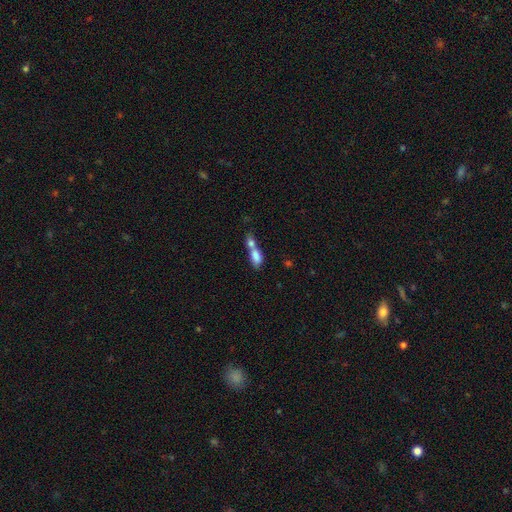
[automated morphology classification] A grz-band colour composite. It shows a smooth galaxy with no disk features (77%) that is in between round and cigar-shaped (77%). Merging: merger (71%).